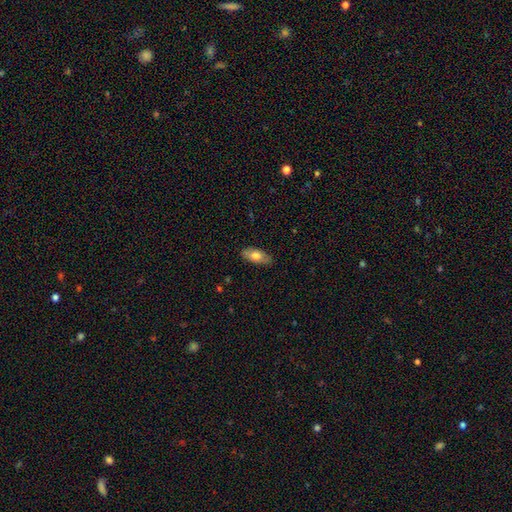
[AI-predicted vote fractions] Smooth or featured: smooth — 69% (featured or disk — 25%)
How rounded: in between — 87% (cigar-shaped — 10%)
Merging: none — 84% (minor disturbance — 12%)